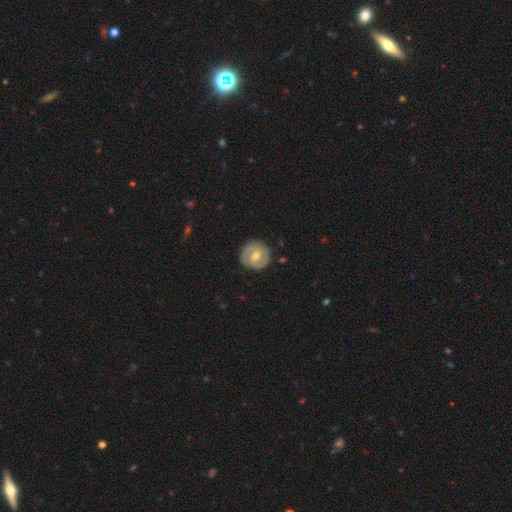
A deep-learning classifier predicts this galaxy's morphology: Smooth or featured? Predicted: featured or disk (p=0.76). Edge-on disk? Predicted: no (p=0.98). Bar? Predicted: weak (p=0.52). Spiral arms? Predicted: yes (p=0.90). Spiral winding? Predicted: tight (p=0.46). Spiral arm count? Predicted: 2 (p=0.89). Bulge size? Predicted: moderate (p=0.55). Merging? Predicted: none (p=0.87).